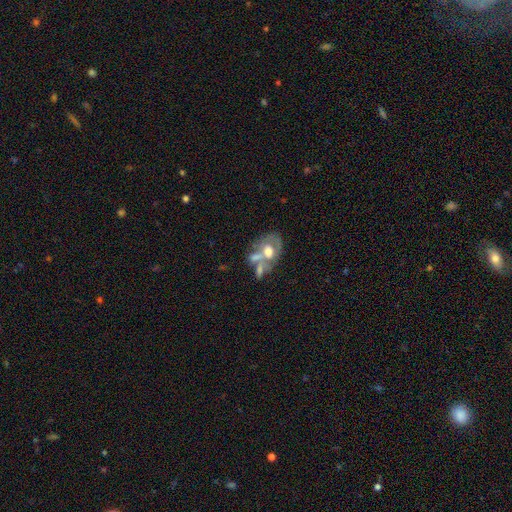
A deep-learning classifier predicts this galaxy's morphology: Smooth or featured? featured or disk (60%)
Edge-on disk? no (95%)
Bar? no (79%)
Spiral arms? no (69%)
Bulge size? moderate (66%)
Merging? merger (46%)